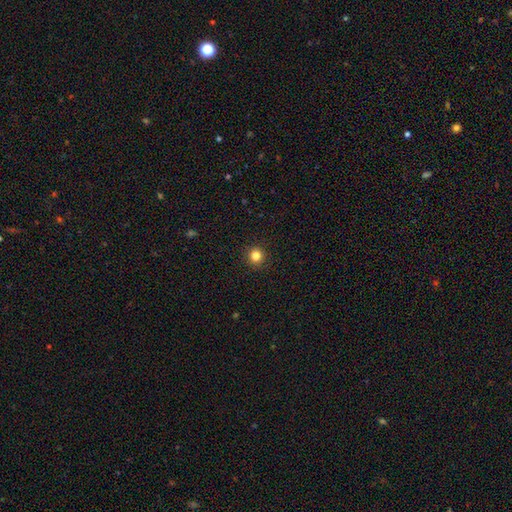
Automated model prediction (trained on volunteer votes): Morphology: type=smooth (82%); roundness=round (95%); merging=none (93%).